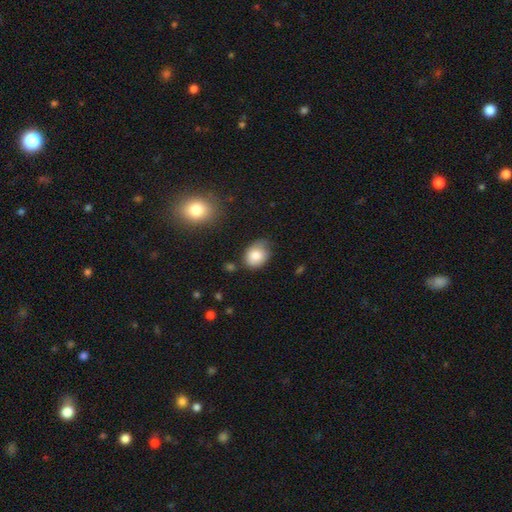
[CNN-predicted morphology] Q: Smooth or featured?
A: smooth (81%); runner-up: featured or disk (11%)
Q: How rounded?
A: in between (56%); runner-up: round (43%)
Q: Merging?
A: none (55%); runner-up: minor disturbance (33%)